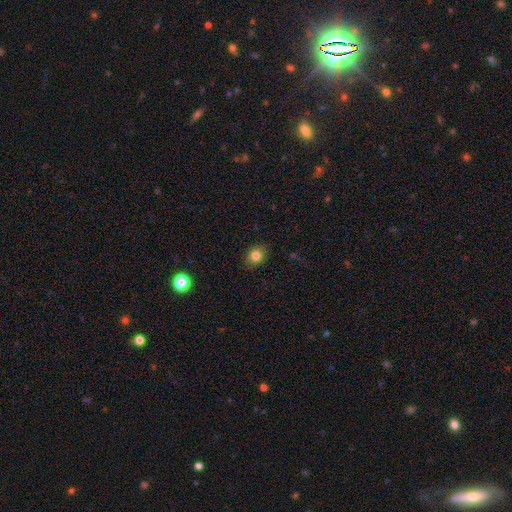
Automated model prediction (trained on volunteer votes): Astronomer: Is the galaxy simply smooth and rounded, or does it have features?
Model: smooth — 81%.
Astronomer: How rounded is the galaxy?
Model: round — 52% (runner-up: in between, 47%).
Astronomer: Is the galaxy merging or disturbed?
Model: none — 85%.